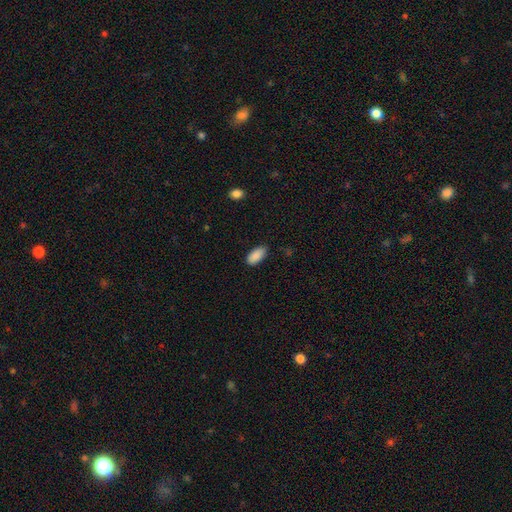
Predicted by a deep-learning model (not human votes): Smooth or featured? Predicted: smooth (p=0.89). How rounded? Predicted: in between (p=0.93). Merging? Predicted: none (p=0.83).